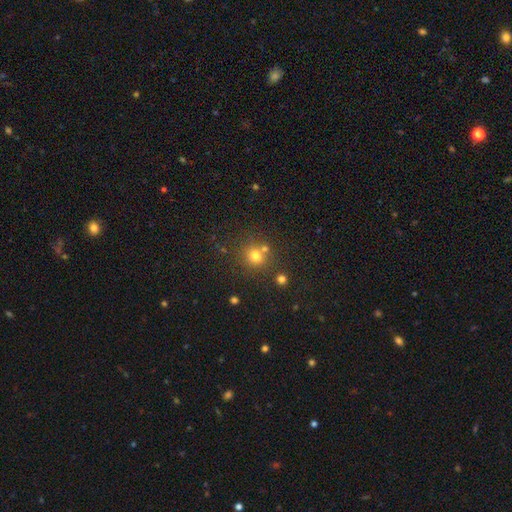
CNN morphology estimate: A smooth galaxy with no disk features (74%) that is round (89%).

Vote fractions:
- Smooth or featured? smooth: 74% / star or artifact: 17% / featured or disk: 8%
- How rounded? round: 89% / in between: 10% / cigar-shaped: 1%
- Merging? none: 71% / merger: 16% / minor disturbance: 9% / major disturbance: 4%